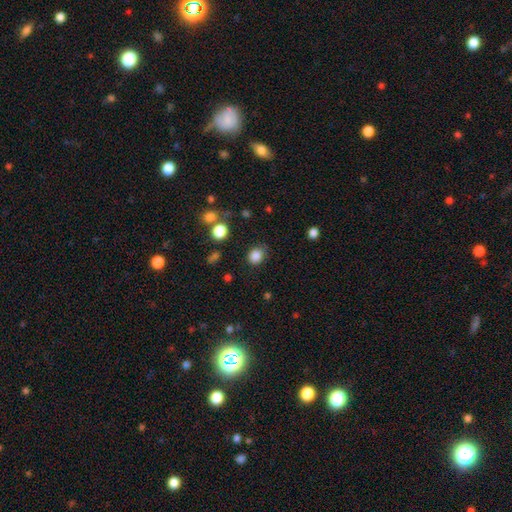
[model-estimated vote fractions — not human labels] A smooth galaxy with no disk features (84%) that is round (69%).

Vote fractions:
- Smooth or featured? smooth: 84% / star or artifact: 11% / featured or disk: 4%
- How rounded? round: 69% / in between: 30% / cigar-shaped: 1%
- Merging? none: 79% / minor disturbance: 14% / major disturbance: 4% / merger: 3%